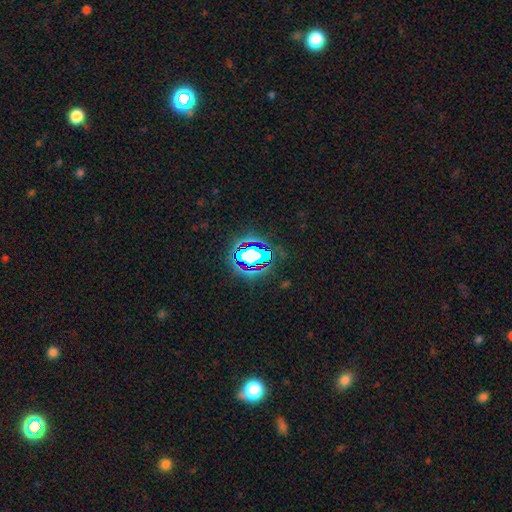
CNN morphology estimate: The model was most divided on "smooth or featured": star or artifact: 69%, smooth: 18%, featured or disk: 13%.